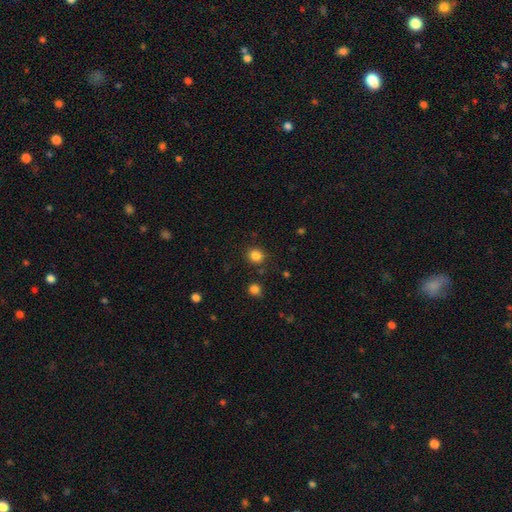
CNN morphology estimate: The model was most divided on "how rounded": round: 76%, in between: 23%, cigar-shaped: 1%. More confident: smooth or featured — smooth (84%); merging — none (84%).